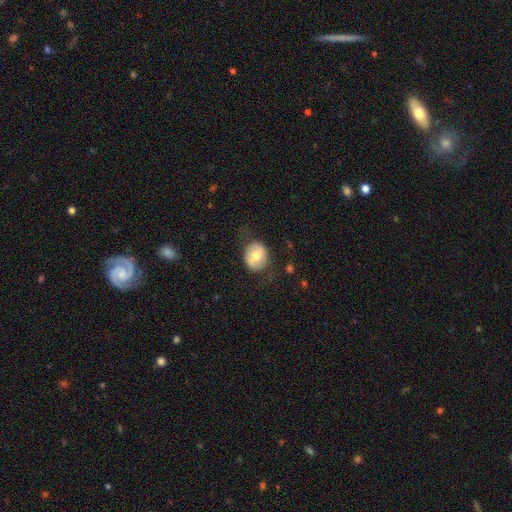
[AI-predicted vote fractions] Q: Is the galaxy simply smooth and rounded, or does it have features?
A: smooth — 58%.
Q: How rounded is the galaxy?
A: round — 64%.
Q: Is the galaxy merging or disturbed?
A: none — 71%.